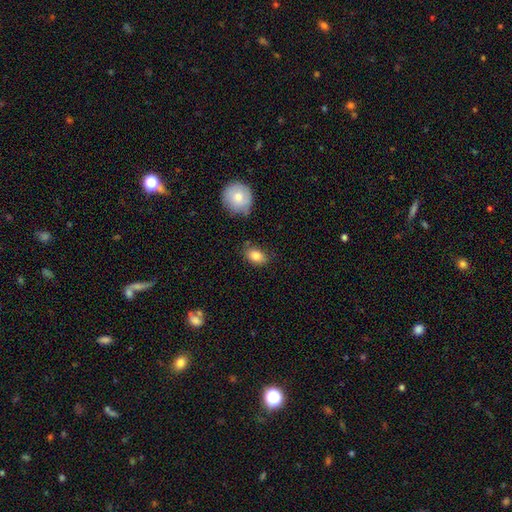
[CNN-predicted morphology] Smooth or featured? smooth (85%)
How rounded? in between (82%)
Merging? none (75%)